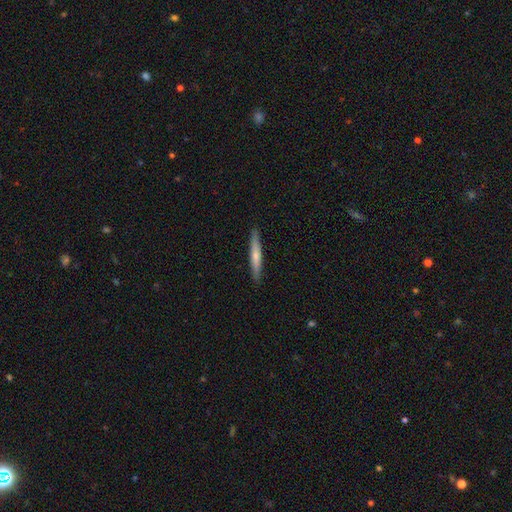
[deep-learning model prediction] Smooth or featured: smooth — 60% (featured or disk — 35%)
How rounded: cigar-shaped — 94% (in between — 5%)
Merging: none — 91% (minor disturbance — 7%)